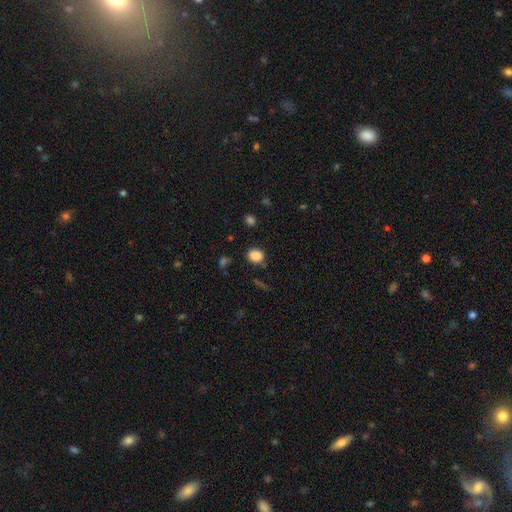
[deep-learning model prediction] Morphology: type=smooth (86%); roundness=round (50%); merging=none (83%).